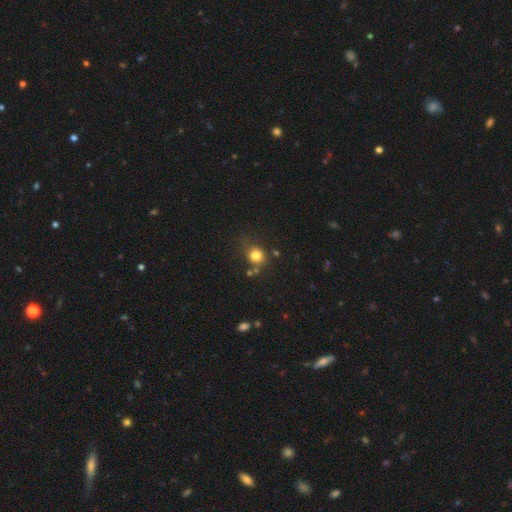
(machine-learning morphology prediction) Smooth or featured: smooth — 80% (star or artifact — 13%)
How rounded: round — 78% (in between — 21%)
Merging: none — 62% (minor disturbance — 20%)